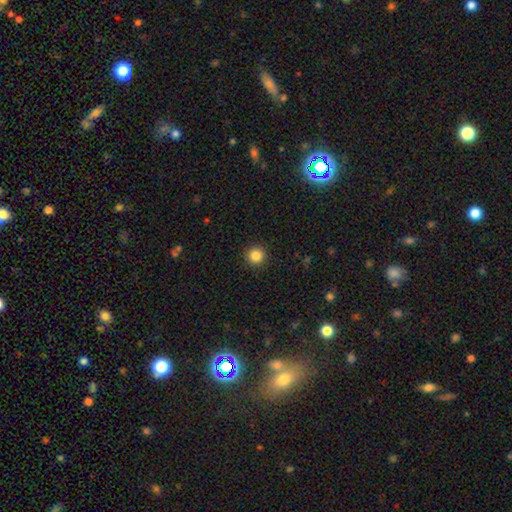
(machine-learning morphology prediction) Smooth or featured? Predicted: smooth (p=0.85). How rounded? Predicted: round (p=0.95). Merging? Predicted: none (p=0.92).